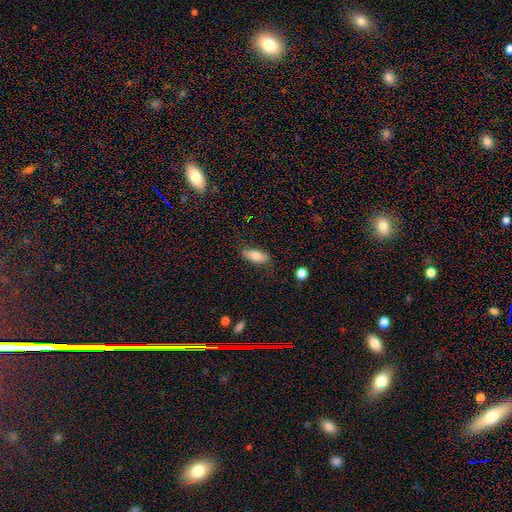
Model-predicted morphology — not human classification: Smooth or featured? Predicted: smooth (p=0.76). How rounded? Predicted: in between (p=0.76). Merging? Predicted: none (p=0.77).